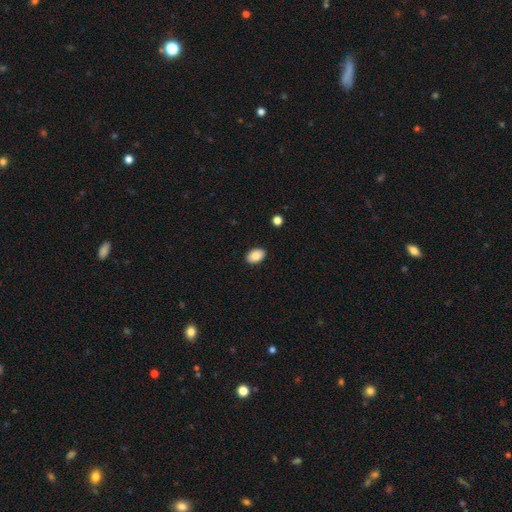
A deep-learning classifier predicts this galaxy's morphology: A smooth galaxy with no disk features (87%) that is in between round and cigar-shaped (88%). Merging: none (89%).